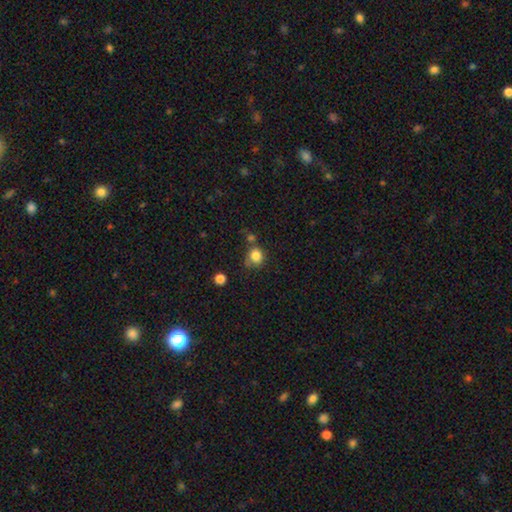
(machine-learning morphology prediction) Overall: smooth (82%). How rounded: round (78%). Merging: none (59%; minor disturbance 20%).